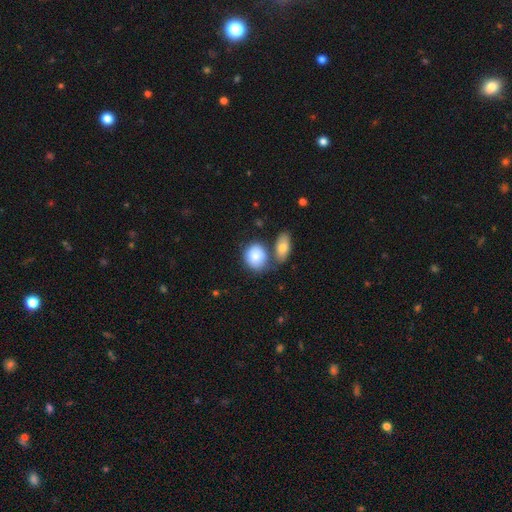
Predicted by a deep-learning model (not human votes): Smooth or featured? smooth (83%)
How rounded? round (58%)
Merging? none (46%)